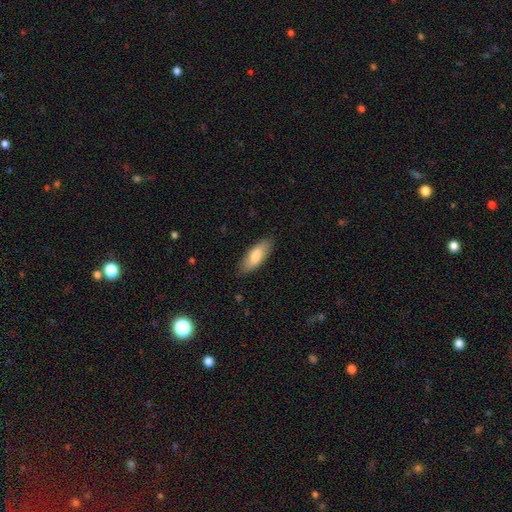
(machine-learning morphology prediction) Smooth or featured: smooth — 77% (featured or disk — 17%)
How rounded: in between — 77% (cigar-shaped — 21%)
Merging: none — 85% (minor disturbance — 12%)